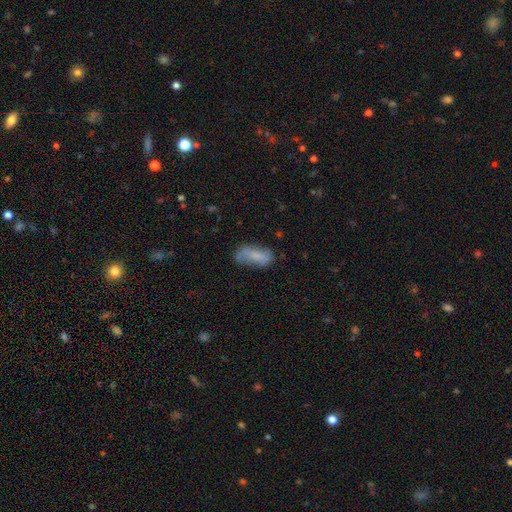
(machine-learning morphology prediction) smooth_or_featured: smooth (p=0.67) [alt: featured or disk p=0.25]
how_rounded: in between (p=0.79) [alt: cigar-shaped p=0.18]
merging: none (p=0.56) [alt: minor disturbance p=0.28]